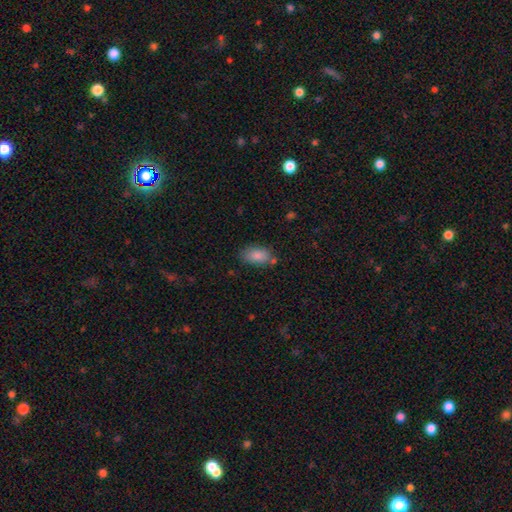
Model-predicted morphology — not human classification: Smooth or featured? smooth (81%)
How rounded? in between (90%)
Merging? none (77%)